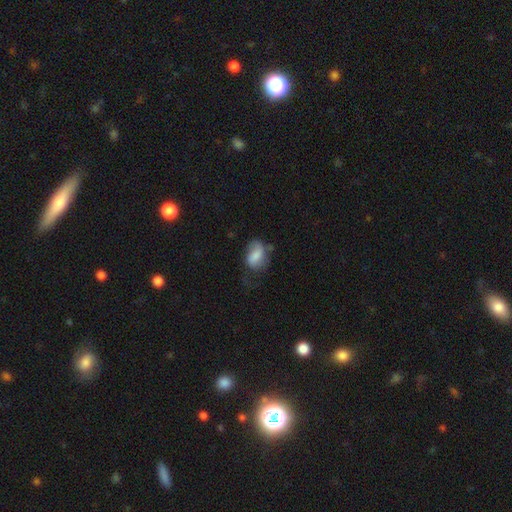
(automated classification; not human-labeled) This is likely a smooth galaxy (69%). How rounded: clearly in between (81%). Merging: marginally none (37%).